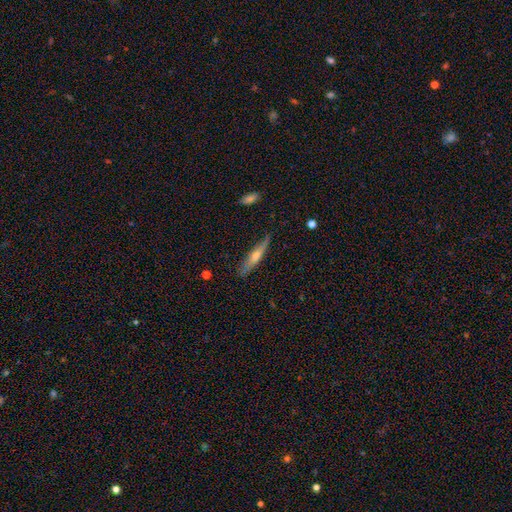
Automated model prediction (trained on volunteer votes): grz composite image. It shows a featured or disk galaxy (55%) viewed edge-on (92%) with a rounded central bulge (83%). Merging: none (82%).